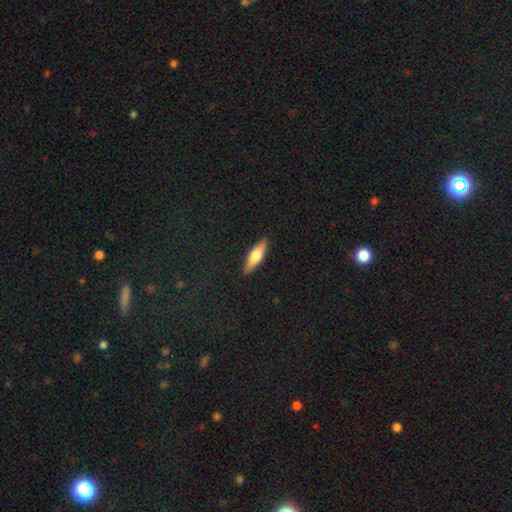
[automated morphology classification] smooth_or_featured: smooth (p=0.57) [alt: featured or disk p=0.38]
how_rounded: cigar-shaped (p=0.62) [alt: in between p=0.36]
merging: none (p=0.90) [alt: minor disturbance p=0.07]